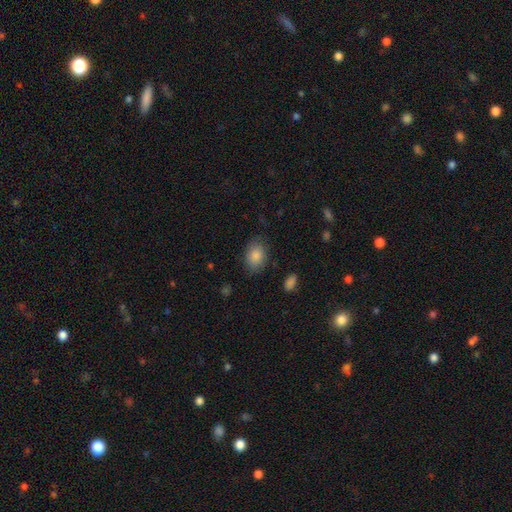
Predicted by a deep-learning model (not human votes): Smooth or featured? smooth (86%)
How rounded? in between (81%)
Merging? none (79%)